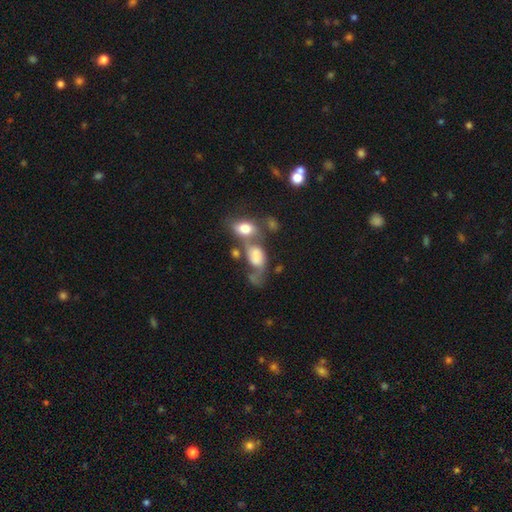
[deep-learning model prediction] Q: Smooth or featured?
A: smooth (50%); runner-up: featured or disk (37%)
Q: Merging?
A: merger (46%); runner-up: none (22%)